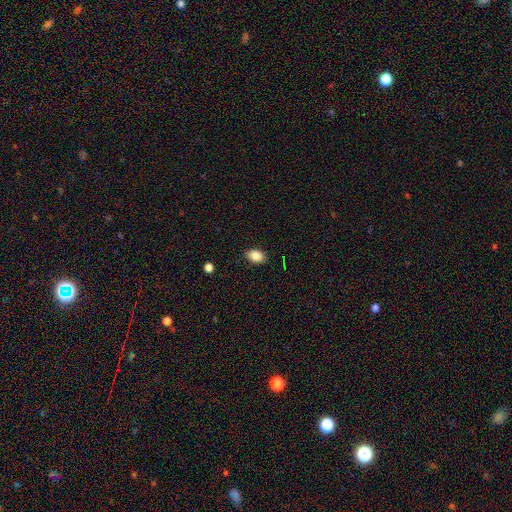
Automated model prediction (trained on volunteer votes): smooth_or_featured: smooth (p=0.87) [alt: star or artifact p=0.09]
how_rounded: in between (p=0.86) [alt: round p=0.13]
merging: none (p=0.87) [alt: minor disturbance p=0.10]